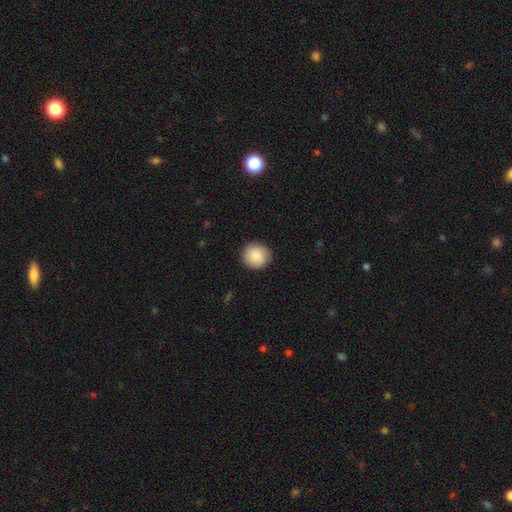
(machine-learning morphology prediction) A smooth galaxy with no disk features (87%) that is round (92%).

Vote fractions:
- Smooth or featured? smooth: 87% / star or artifact: 6% / featured or disk: 6%
- How rounded? round: 92% / in between: 7% / cigar-shaped: 1%
- Merging? none: 89% / minor disturbance: 8% / major disturbance: 2% / merger: 1%